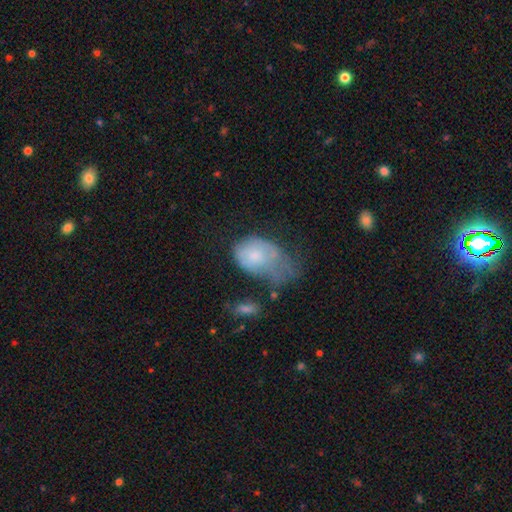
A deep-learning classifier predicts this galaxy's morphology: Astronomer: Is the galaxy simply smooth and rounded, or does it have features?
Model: smooth — 64%.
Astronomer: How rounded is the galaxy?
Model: in between — 79%.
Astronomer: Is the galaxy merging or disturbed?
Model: major disturbance — 47% (runner-up: minor disturbance, 28%).